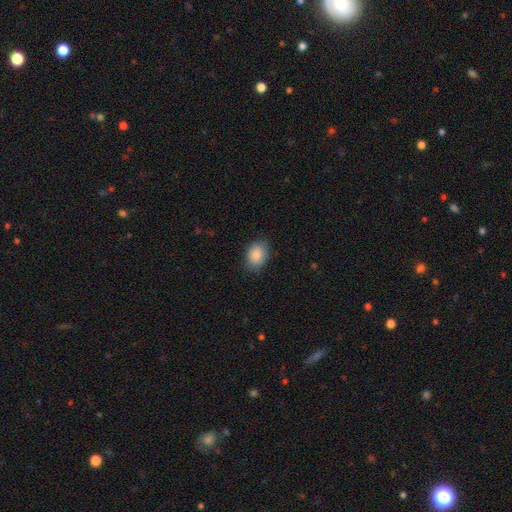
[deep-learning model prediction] Q: Smooth or featured?
A: smooth (88%); runner-up: star or artifact (7%)
Q: How rounded?
A: in between (76%); runner-up: round (23%)
Q: Merging?
A: none (81%); runner-up: minor disturbance (15%)